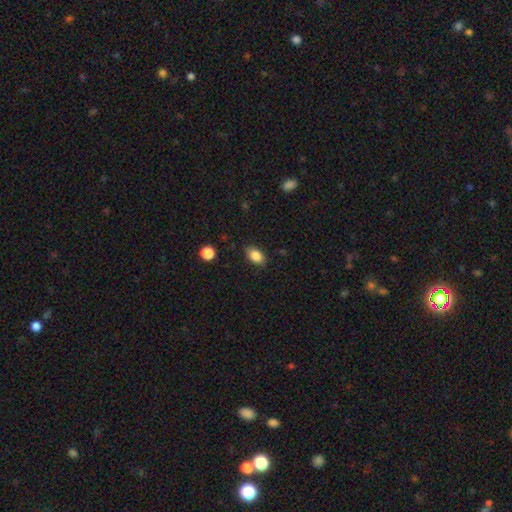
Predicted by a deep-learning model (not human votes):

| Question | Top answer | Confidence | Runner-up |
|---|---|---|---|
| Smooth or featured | smooth | 85% | star or artifact (9%) |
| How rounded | in between | 84% | round (14%) |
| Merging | none | 84% | minor disturbance (12%) |